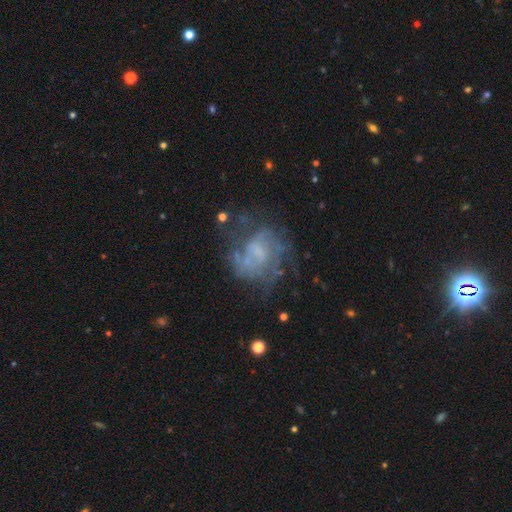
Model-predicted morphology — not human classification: Smooth or featured?
  - featured or disk: 62% *
  - smooth: 21%
  - star or artifact: 16%
Edge-on disk?
  - no: 97% *
  - yes: 3%
Bar?
  - no: 57% *
  - weak: 35%
  - strong: 8%
Spiral arms?
  - yes: 73% *
  - no: 27%
Bulge size?
  - small: 38% *
  - none: 34%
  - moderate: 22%
  - large: 4%
  - dominant: 1%
Merging?
  - none: 62% *
  - minor disturbance: 18%
  - major disturbance: 16%
  - merger: 3%